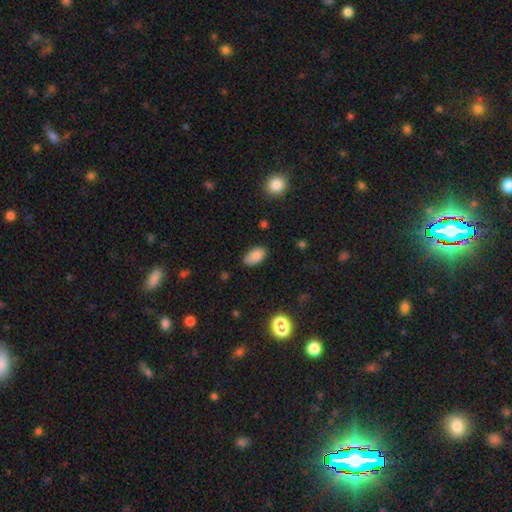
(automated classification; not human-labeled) smooth_or_featured: smooth (p=0.85) [alt: star or artifact p=0.09]
how_rounded: in between (p=0.93) [alt: round p=0.05]
merging: none (p=0.80) [alt: minor disturbance p=0.15]